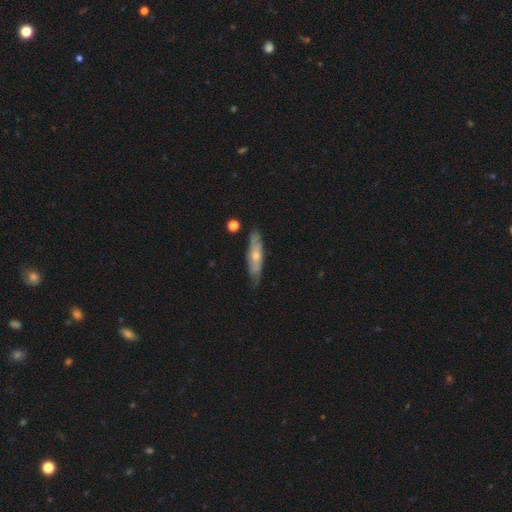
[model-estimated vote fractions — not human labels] Smooth or featured? featured or disk (54%)
Edge-on disk? yes (51%)
Merging? none (73%)